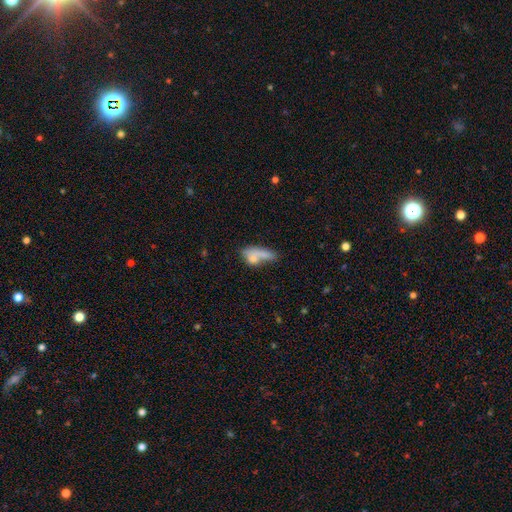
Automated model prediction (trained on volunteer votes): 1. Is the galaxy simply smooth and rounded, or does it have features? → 69% smooth, 21% featured or disk, 9% star or artifact.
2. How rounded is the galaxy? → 64% in between, 25% cigar-shaped, 10% round.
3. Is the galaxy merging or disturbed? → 41% merger, 30% none, 15% major disturbance, 15% minor disturbance.